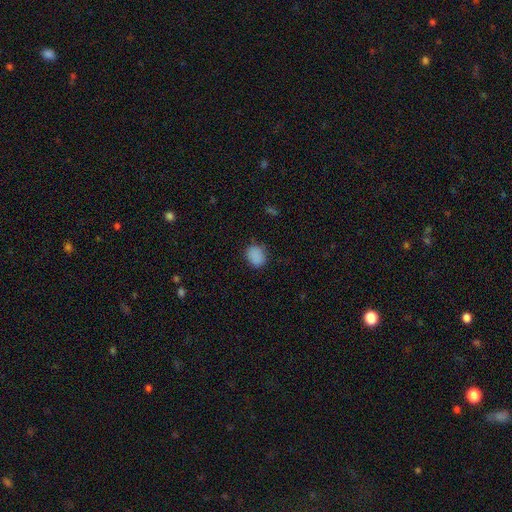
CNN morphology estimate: smooth-or-featured: smooth: 87% | star or artifact: 10% | featured or disk: 4%
  how-rounded: round: 50% | in between: 49% | cigar-shaped: 1%
  merging: none: 81% | minor disturbance: 15% | major disturbance: 3% | merger: 1%